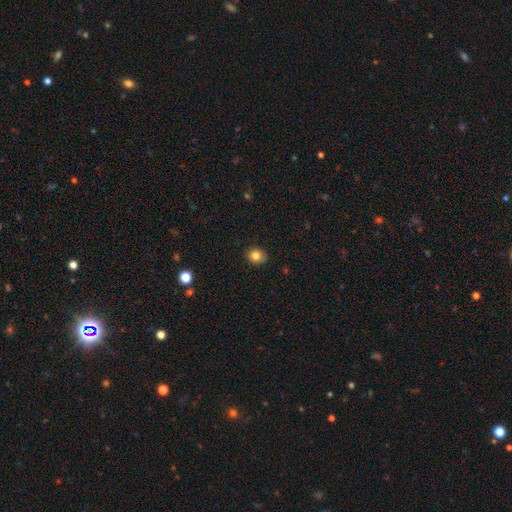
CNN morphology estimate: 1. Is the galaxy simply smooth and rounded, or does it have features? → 82% smooth, 10% star or artifact, 8% featured or disk.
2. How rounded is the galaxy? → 50% round, 49% in between, 1% cigar-shaped.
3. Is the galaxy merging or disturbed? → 85% none, 12% minor disturbance, 2% major disturbance, 1% merger.